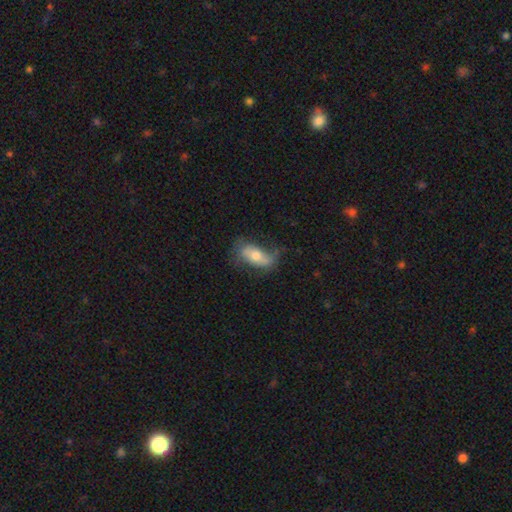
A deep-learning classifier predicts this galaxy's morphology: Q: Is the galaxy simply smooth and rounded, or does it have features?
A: smooth — 53%.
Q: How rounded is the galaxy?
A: in between — 83%.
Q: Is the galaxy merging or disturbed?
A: none — 55%.